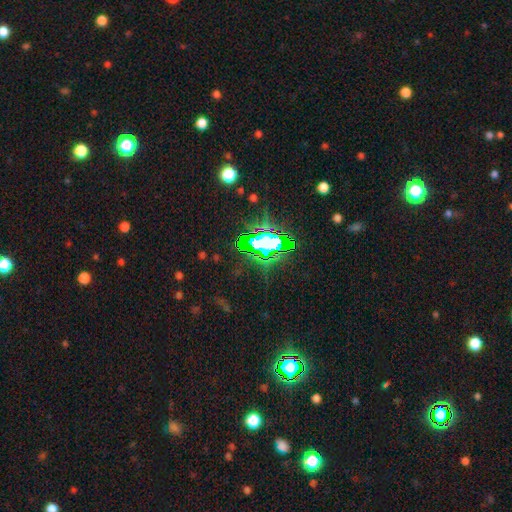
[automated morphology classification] smooth-or-featured: star or artifact: 79% | smooth: 12% | featured or disk: 9%